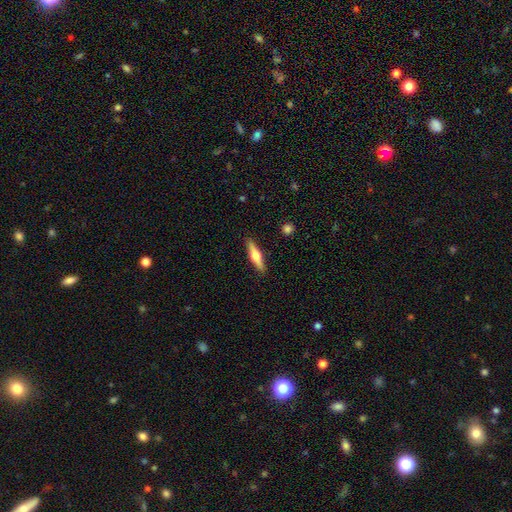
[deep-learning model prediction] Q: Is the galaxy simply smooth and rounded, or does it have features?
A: featured or disk — 50%.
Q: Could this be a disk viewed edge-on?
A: yes — 94%.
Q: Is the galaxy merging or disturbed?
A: none — 89%.